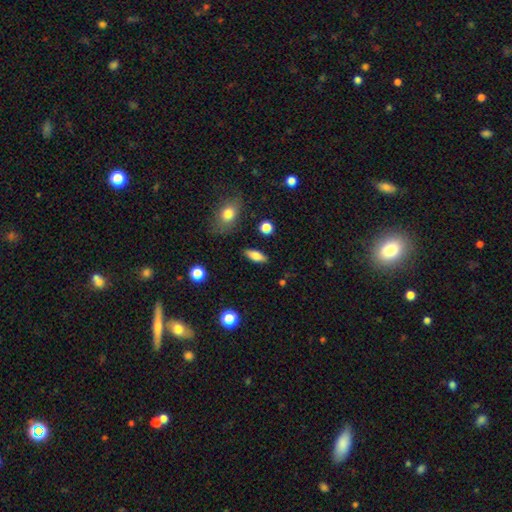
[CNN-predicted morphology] Smooth or featured? smooth (77%)
How rounded? in between (72%)
Merging? none (86%)